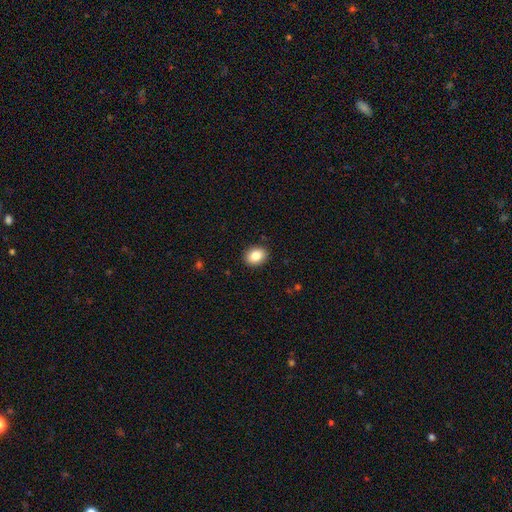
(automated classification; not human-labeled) Smooth or featured: smooth — 83% (star or artifact — 9%)
How rounded: in between — 53% (round — 46%)
Merging: none — 90% (minor disturbance — 7%)